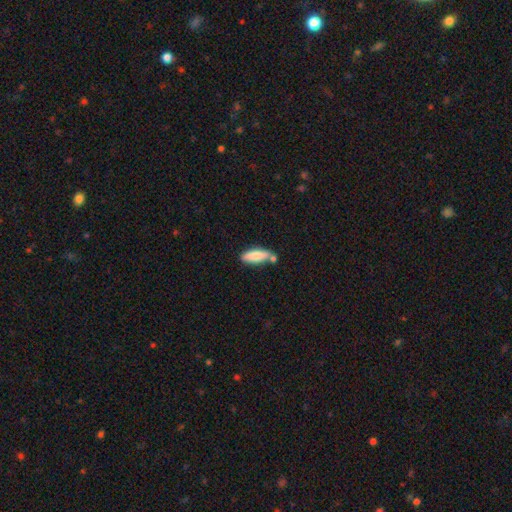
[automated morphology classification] This is clearly a smooth galaxy (80%). How rounded: possibly in between (53%). Merging: likely none (63%).